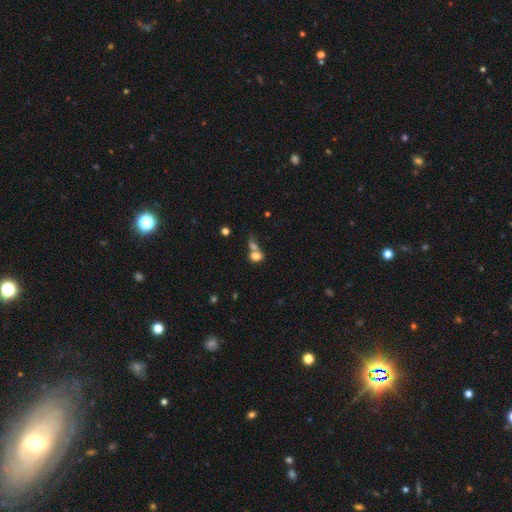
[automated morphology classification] This appears to be a smooth galaxy with no disk features (75%) that is in between round and cigar-shaped (57%). Merging: merger (59%).